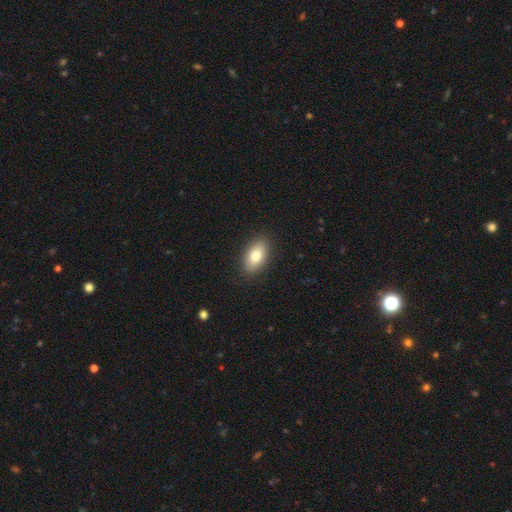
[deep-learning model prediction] smooth 80%, featured or disk 13%, star or artifact 7%. Down the decision tree: how rounded — in between (90%); merging — none (89%).